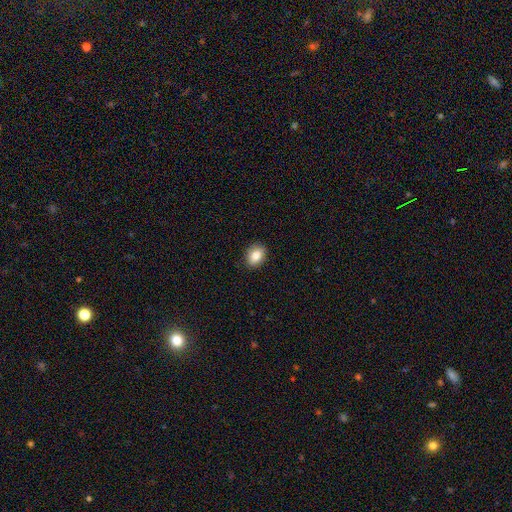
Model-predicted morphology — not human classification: Smooth or featured? Predicted: smooth (p=0.83). How rounded? Predicted: in between (p=0.65). Merging? Predicted: none (p=0.87).